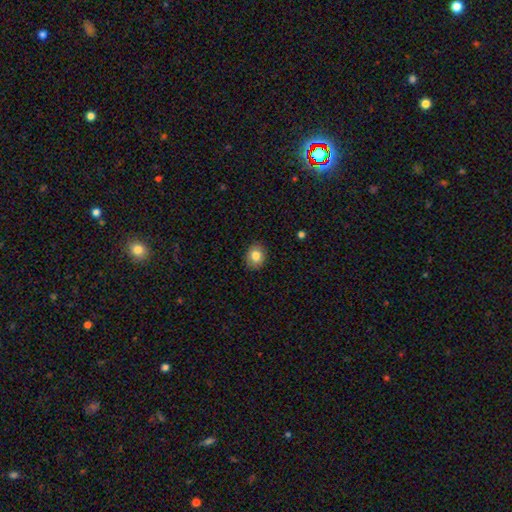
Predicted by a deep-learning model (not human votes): This is clearly a smooth galaxy (81%). How rounded: likely round (64%). Merging: clearly none (88%).